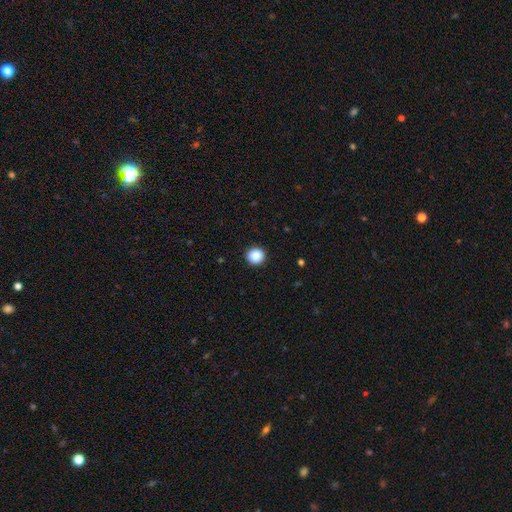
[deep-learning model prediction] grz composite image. It shows a smooth galaxy with no disk features (88%) that is round (94%). Merging: none (92%).